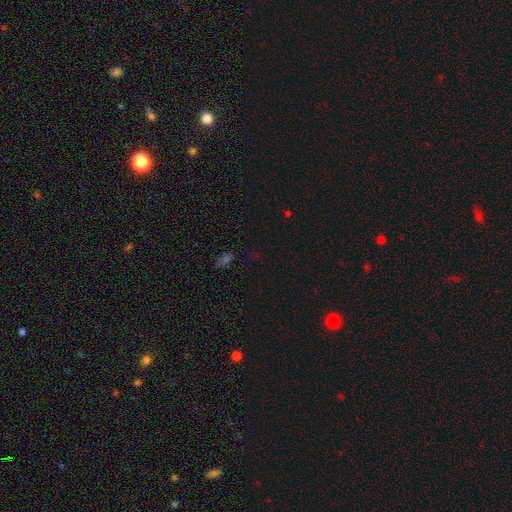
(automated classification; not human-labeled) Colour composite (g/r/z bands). It shows a star or artifact, not a galaxy (58%).